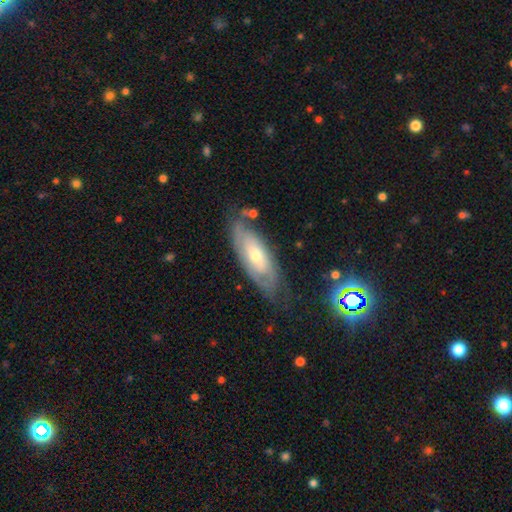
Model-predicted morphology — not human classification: Q: Smooth or featured?
A: featured or disk (64%); runner-up: smooth (29%)
Q: Edge-on disk?
A: no (82%); runner-up: yes (18%)
Q: Bar?
A: no (73%); runner-up: weak (21%)
Q: Spiral arms?
A: yes (71%); runner-up: no (29%)
Q: Bulge size?
A: moderate (48%); runner-up: small (47%)
Q: Merging?
A: none (66%); runner-up: minor disturbance (22%)